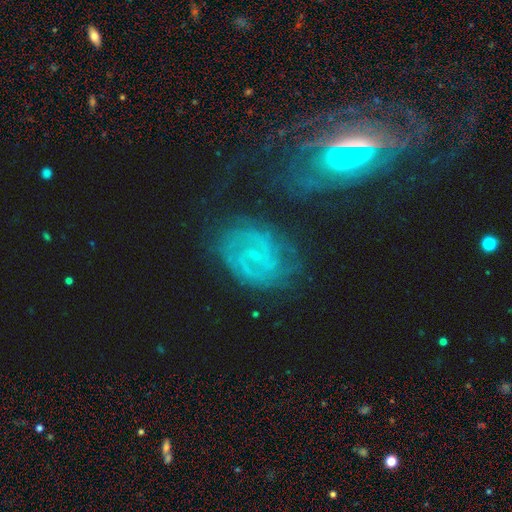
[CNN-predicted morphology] featured or disk 81%, smooth 10%, star or artifact 9%. Down the decision tree: edge-on disk — no (97%); bar — weak (45%); spiral arms — yes (93%); spiral arm count — 2 (53%); spiral winding — tight (51%); bulge size — small (79%); merging — none (67%).